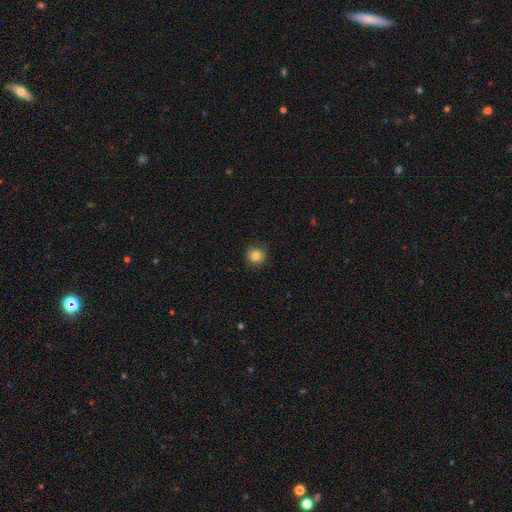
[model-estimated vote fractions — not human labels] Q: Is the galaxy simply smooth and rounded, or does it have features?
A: smooth — 82%.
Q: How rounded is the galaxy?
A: round — 91%.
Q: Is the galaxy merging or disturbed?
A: none — 86%.